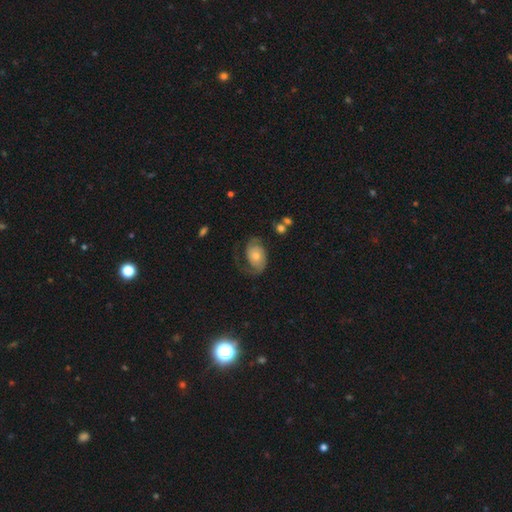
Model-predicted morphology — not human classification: featured or disk 70%, smooth 23%, star or artifact 7%. Down the decision tree: edge-on disk — no (97%); bar — no (75%); spiral arms — yes (90%); spiral arm count — 2 (66%); spiral winding — medium (39%); bulge size — moderate (51%); merging — none (53%).